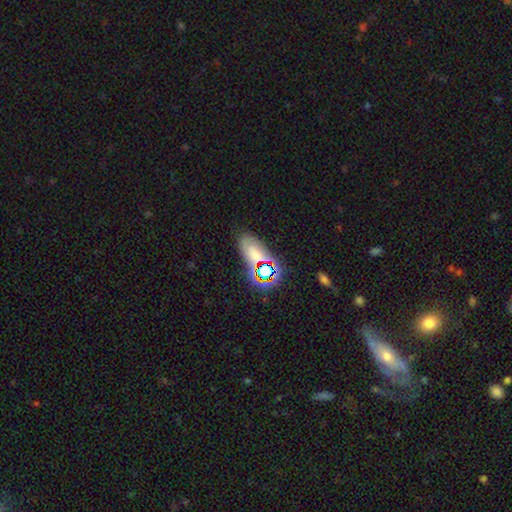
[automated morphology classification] smooth 51%, star or artifact 28%, featured or disk 20%. Down the decision tree: how rounded — in between (85%); merging — none (58%).